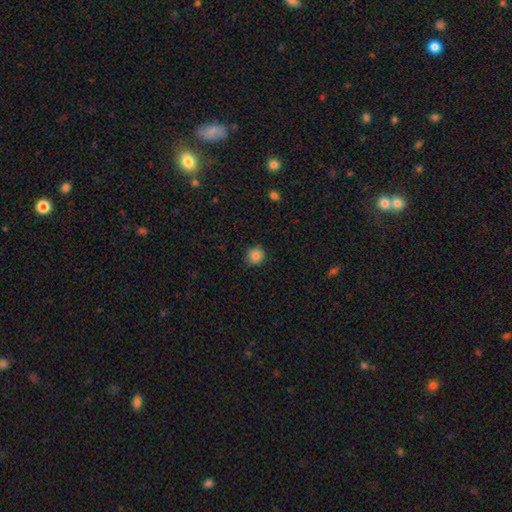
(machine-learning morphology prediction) smooth_or_featured: smooth (p=0.84) [alt: star or artifact p=0.10]
how_rounded: round (p=0.85) [alt: in between p=0.14]
merging: none (p=0.86) [alt: minor disturbance p=0.10]